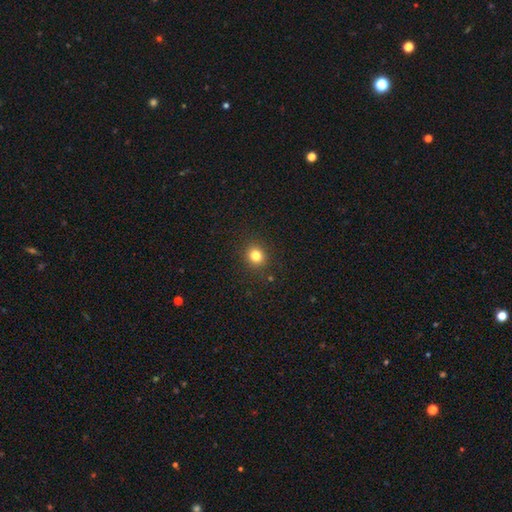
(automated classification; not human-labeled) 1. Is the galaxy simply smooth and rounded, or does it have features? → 80% smooth, 14% star or artifact, 6% featured or disk.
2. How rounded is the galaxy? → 82% round, 17% in between, 1% cigar-shaped.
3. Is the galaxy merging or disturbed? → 89% none, 7% minor disturbance, 2% major disturbance, 1% merger.